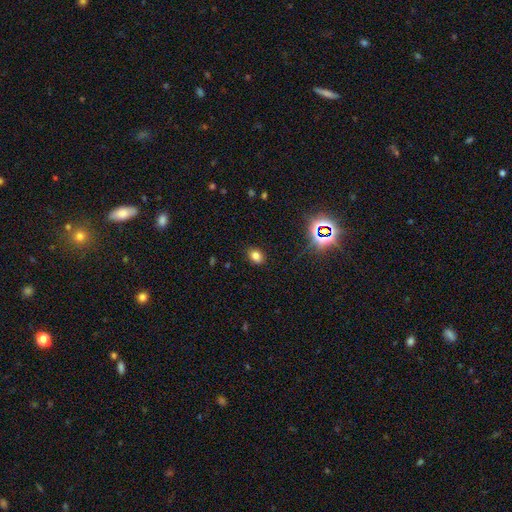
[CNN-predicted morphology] Smooth or featured? smooth (75%)
How rounded? in between (65%)
Merging? none (87%)